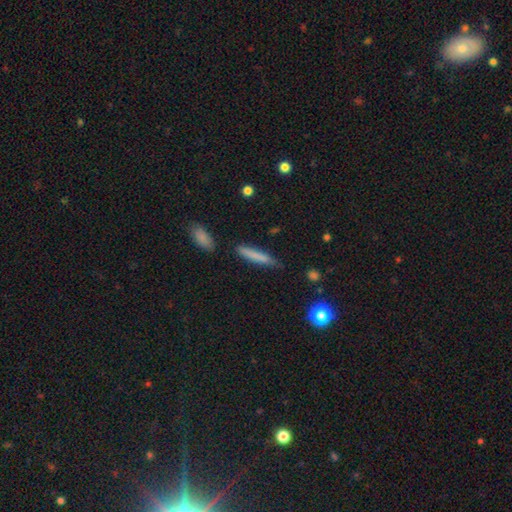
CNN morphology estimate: Smooth or featured? smooth (77%)
How rounded? cigar-shaped (91%)
Merging? none (80%)